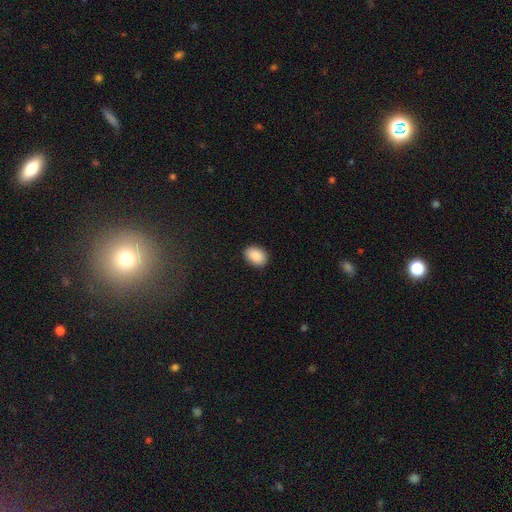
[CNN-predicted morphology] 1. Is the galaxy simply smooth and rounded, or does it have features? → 89% smooth, 7% star or artifact, 4% featured or disk.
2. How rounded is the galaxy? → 79% in between, 20% round, 1% cigar-shaped.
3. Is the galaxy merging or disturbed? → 89% none, 8% minor disturbance, 2% major disturbance, 1% merger.